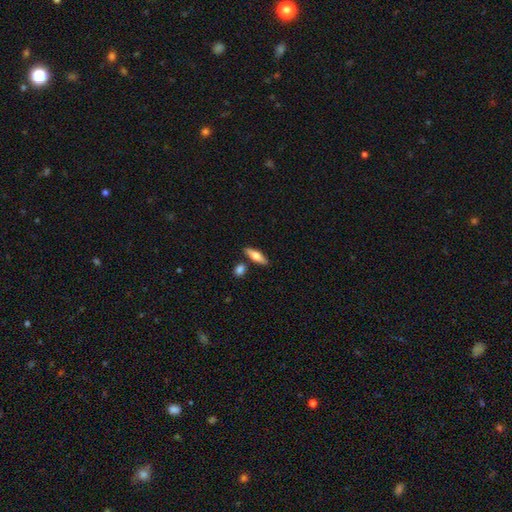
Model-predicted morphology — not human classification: The model was most divided on "how rounded": in between: 49%, cigar-shaped: 48%, round: 3%. More confident: merging — none (80%); smooth or featured — smooth (61%).